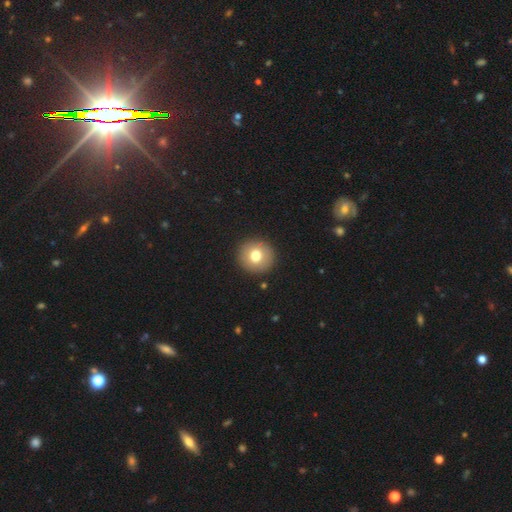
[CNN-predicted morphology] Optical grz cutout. It shows a smooth galaxy with no disk features (76%) that is round (93%). Merging: none (92%).